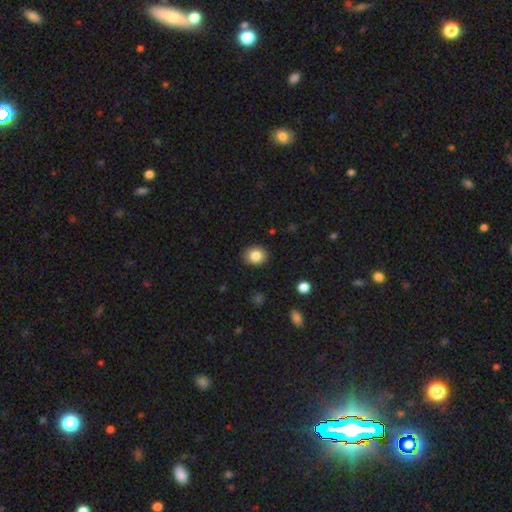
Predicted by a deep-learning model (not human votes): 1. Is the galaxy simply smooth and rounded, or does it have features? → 84% smooth, 9% star or artifact, 7% featured or disk.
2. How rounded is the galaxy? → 57% round, 42% in between, 1% cigar-shaped.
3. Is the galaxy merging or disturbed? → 89% none, 8% minor disturbance, 2% major disturbance, 1% merger.